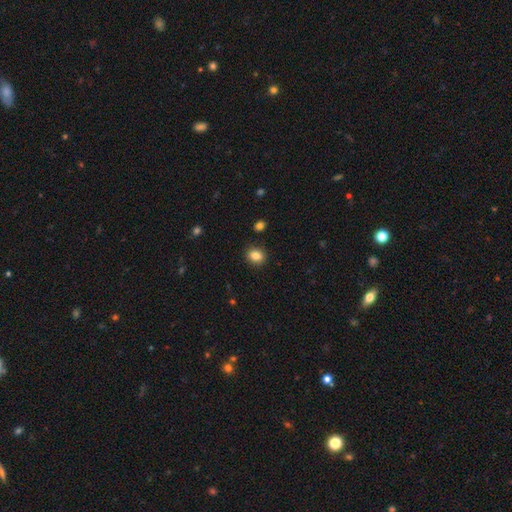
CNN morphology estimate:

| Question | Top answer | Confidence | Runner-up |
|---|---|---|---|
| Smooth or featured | smooth | 85% | star or artifact (10%) |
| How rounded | round | 55% | in between (44%) |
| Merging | none | 89% | minor disturbance (7%) |